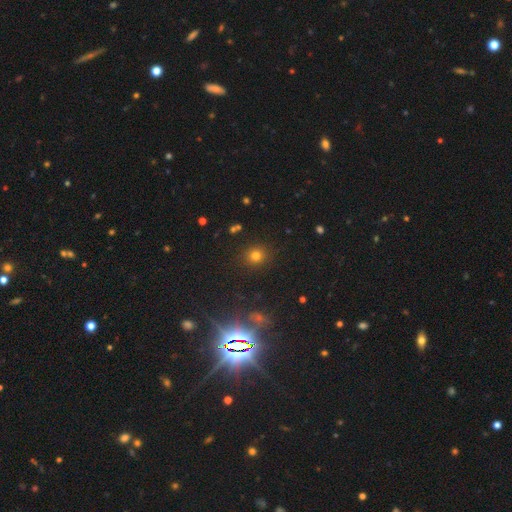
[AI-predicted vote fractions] Overall: smooth (73%). How rounded: round (86%). Merging: none (88%).